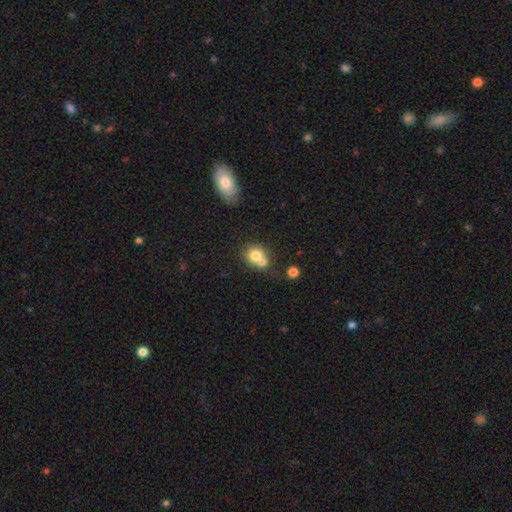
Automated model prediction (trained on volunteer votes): smooth 75%, featured or disk 15%, star or artifact 10%. Down the decision tree: how rounded — round (76%); merging — merger (53%).